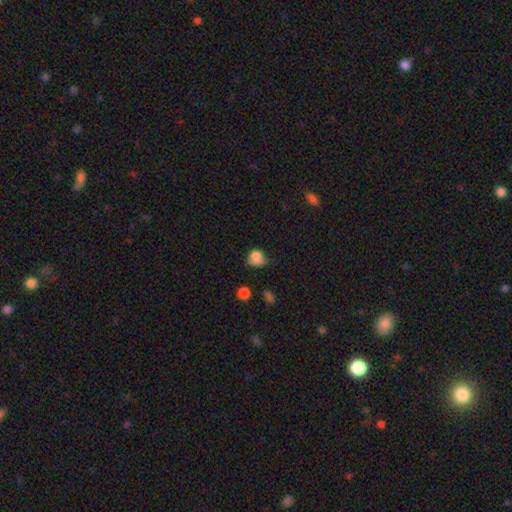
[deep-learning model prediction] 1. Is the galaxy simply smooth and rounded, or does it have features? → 77% smooth, 12% star or artifact, 11% featured or disk.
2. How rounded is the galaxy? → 59% round, 40% in between, 1% cigar-shaped.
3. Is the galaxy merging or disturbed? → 38% minor disturbance, 31% none, 22% major disturbance, 9% merger.